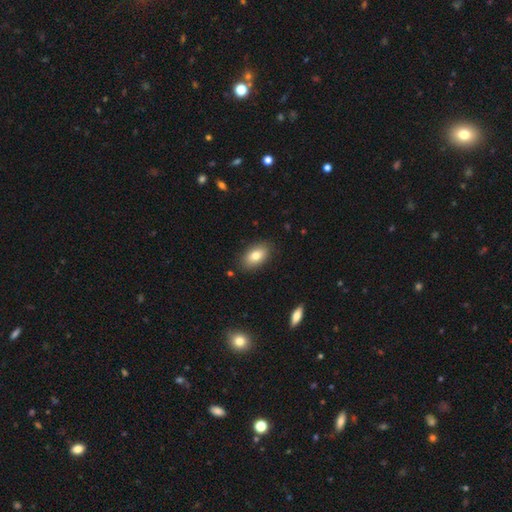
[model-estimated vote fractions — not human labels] This appears to be a smooth galaxy with no disk features (79%) that is in between round and cigar-shaped (91%). Merging: none (86%).